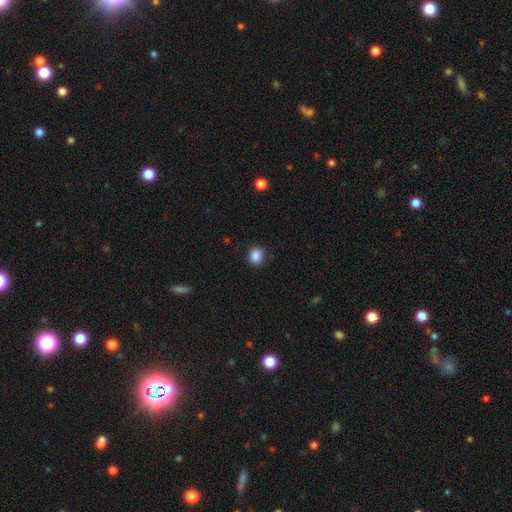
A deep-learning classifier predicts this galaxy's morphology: This appears to be a smooth galaxy with no disk features (87%) that is round (80%). Merging: none (88%).